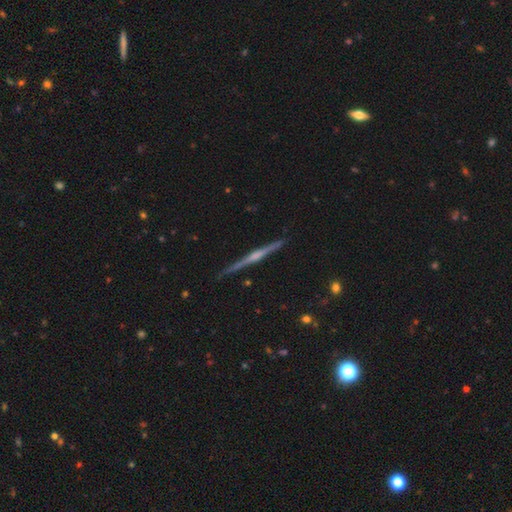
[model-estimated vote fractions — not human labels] Smooth or featured? Predicted: featured or disk (p=0.84). Edge-on disk? Predicted: yes (p=0.99). Edge-on bulge? Predicted: rounded (p=0.72). Merging? Predicted: none (p=0.91).